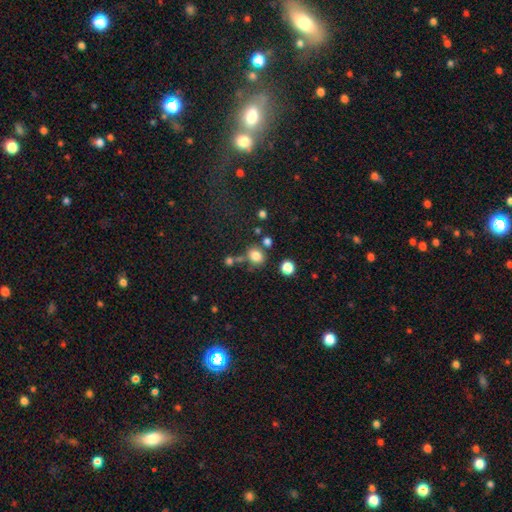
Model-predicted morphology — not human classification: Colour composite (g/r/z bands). It shows a smooth galaxy with no disk features (80%) that is round (68%). Merging: none (68%).